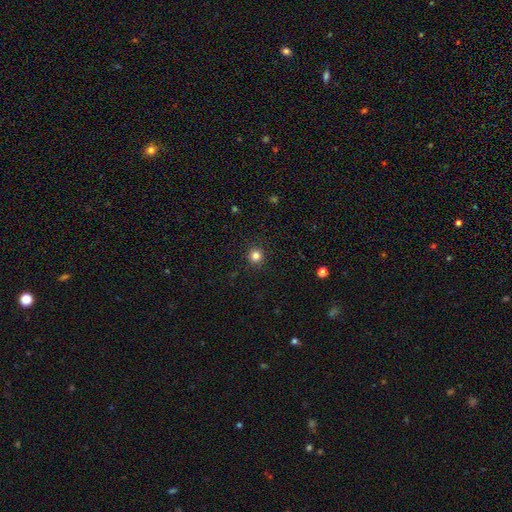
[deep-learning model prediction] Morphology: type=smooth (82%); roundness=round (95%); merging=none (92%).